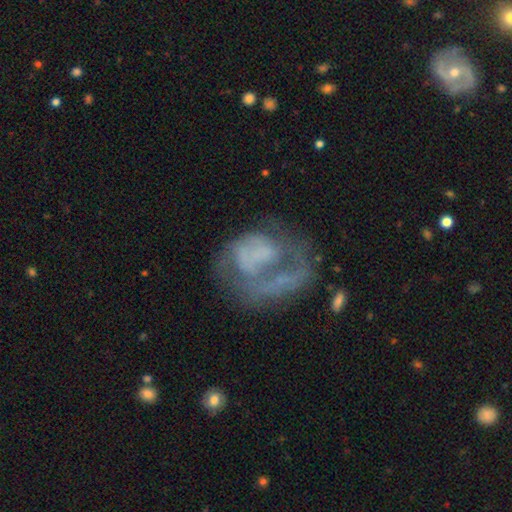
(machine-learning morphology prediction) Smooth or featured?
  - featured or disk: 67% *
  - smooth: 23%
  - star or artifact: 10%
Edge-on disk?
  - no: 98% *
  - yes: 2%
Bar?
  - no: 78% *
  - weak: 17%
  - strong: 5%
Spiral arms?
  - no: 51% *
  - yes: 49%
Bulge size?
  - none: 66% *
  - small: 14%
  - moderate: 12%
  - large: 6%
  - dominant: 2%
Merging?
  - major disturbance: 44% *
  - none: 32%
  - minor disturbance: 16%
  - merger: 8%